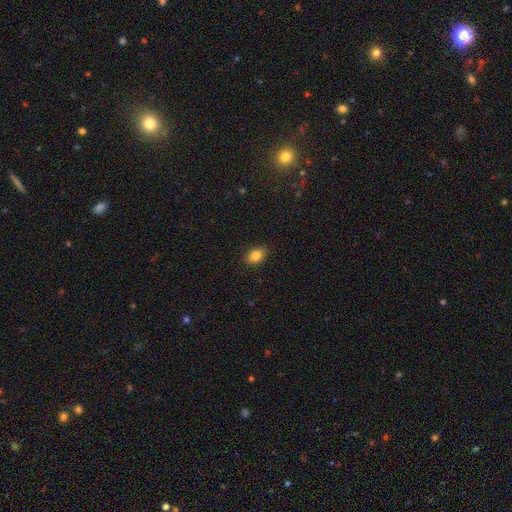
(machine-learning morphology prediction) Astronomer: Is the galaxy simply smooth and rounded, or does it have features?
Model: smooth — 85%.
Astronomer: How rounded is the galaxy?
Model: in between — 72%.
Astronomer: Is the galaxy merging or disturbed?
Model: none — 85%.